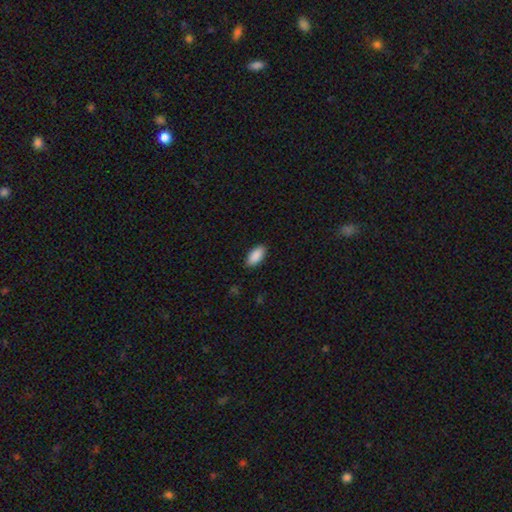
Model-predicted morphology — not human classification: type=smooth (90%); roundness=in between (92%); merging=none (88%).